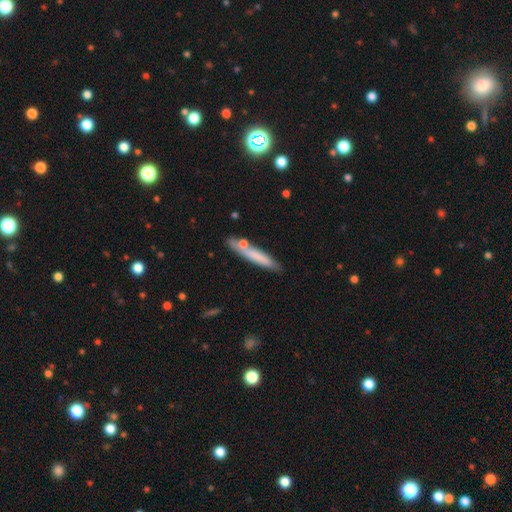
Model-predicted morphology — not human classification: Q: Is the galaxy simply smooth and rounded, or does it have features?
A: smooth — 67%.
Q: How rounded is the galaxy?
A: cigar-shaped — 92%.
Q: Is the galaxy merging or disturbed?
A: none — 74%.